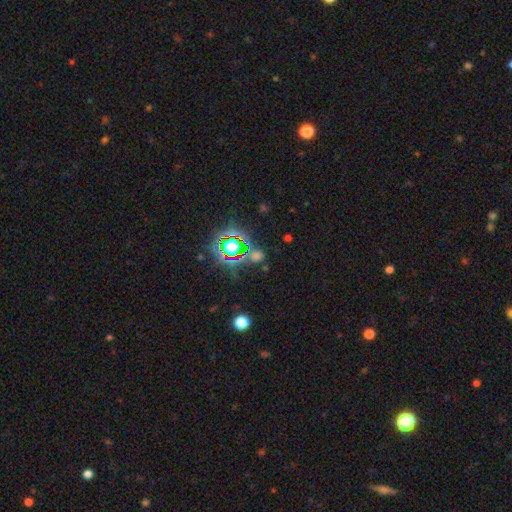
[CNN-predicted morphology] Smooth or featured?
  - star or artifact: 54% *
  - smooth: 38%
  - featured or disk: 8%